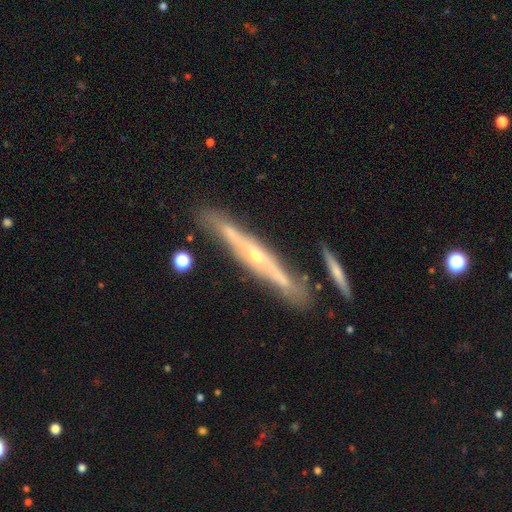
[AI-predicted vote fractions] A featured or disk galaxy (77%) viewed edge-on (86%) with a rounded central bulge (78%).

Vote fractions:
- Smooth or featured? featured or disk: 77% / smooth: 16% / star or artifact: 6%
- Edge-on disk? yes: 86% / no: 14%
- Edge-on bulge? rounded: 78% / none: 19% / boxy: 3%
- Merging? none: 75% / minor disturbance: 13% / merger: 8% / major disturbance: 3%